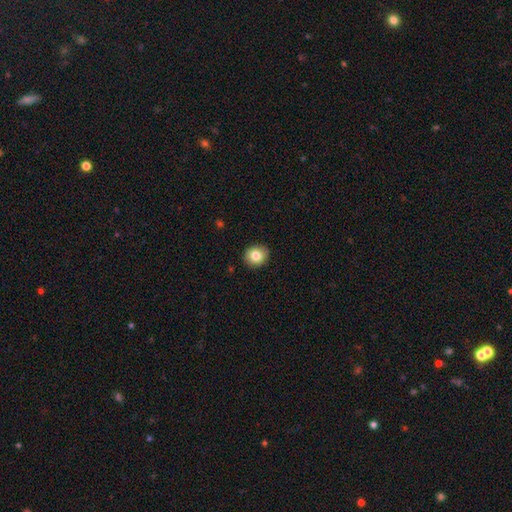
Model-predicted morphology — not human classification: smooth-or-featured: smooth: 83% | star or artifact: 9% | featured or disk: 9%
  how-rounded: round: 76% | in between: 24% | cigar-shaped: 1%
  merging: none: 90% | minor disturbance: 7% | major disturbance: 2% | merger: 1%